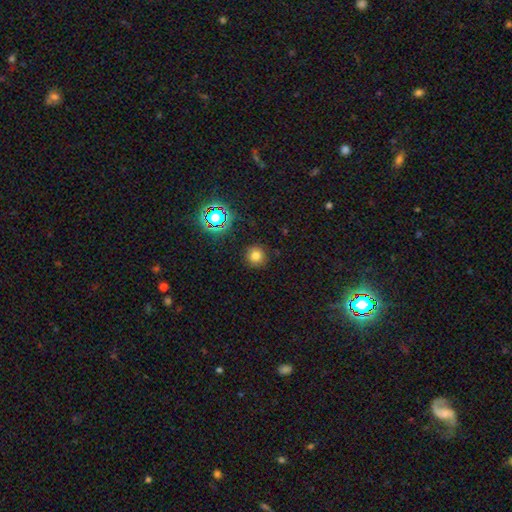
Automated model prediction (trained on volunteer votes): smooth_or_featured: smooth (p=0.75) [alt: star or artifact p=0.18]
how_rounded: round (p=0.94) [alt: in between p=0.05]
merging: none (p=0.89) [alt: minor disturbance p=0.07]